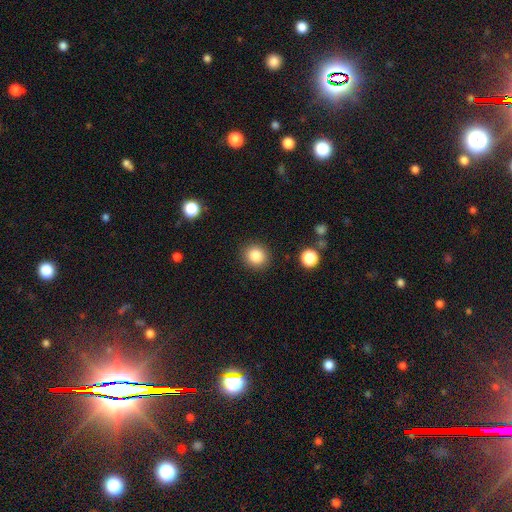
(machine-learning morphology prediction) Smooth or featured? Predicted: smooth (p=0.85). How rounded? Predicted: round (p=0.86). Merging? Predicted: none (p=0.89).